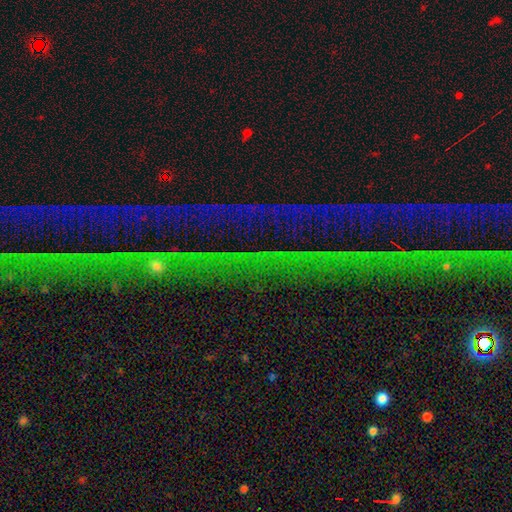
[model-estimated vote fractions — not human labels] A star or artifact, not a galaxy (86%).

Vote fractions:
- Smooth or featured? star or artifact: 86% / featured or disk: 8% / smooth: 6%